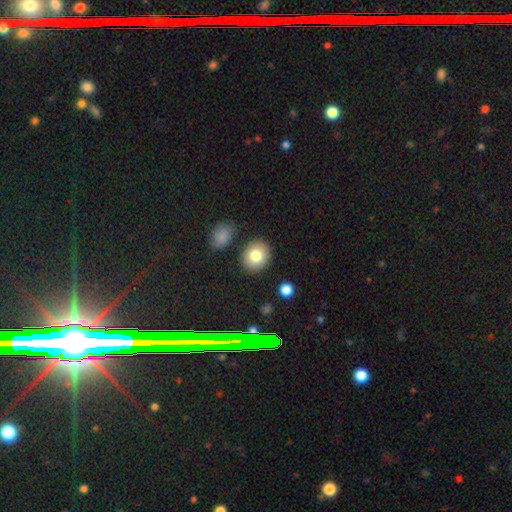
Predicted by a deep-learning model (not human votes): Smooth or featured: smooth — 80% (featured or disk — 11%)
How rounded: round — 67% (in between — 32%)
Merging: none — 85% (minor disturbance — 9%)